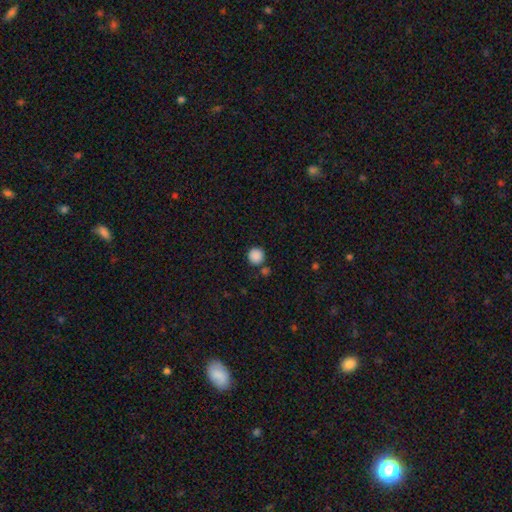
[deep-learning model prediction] Smooth or featured?
  - smooth: 87% *
  - star or artifact: 10%
  - featured or disk: 3%
How rounded?
  - round: 94% *
  - in between: 5%
  - cigar-shaped: 1%
Merging?
  - none: 78% *
  - merger: 10%
  - minor disturbance: 8%
  - major disturbance: 3%